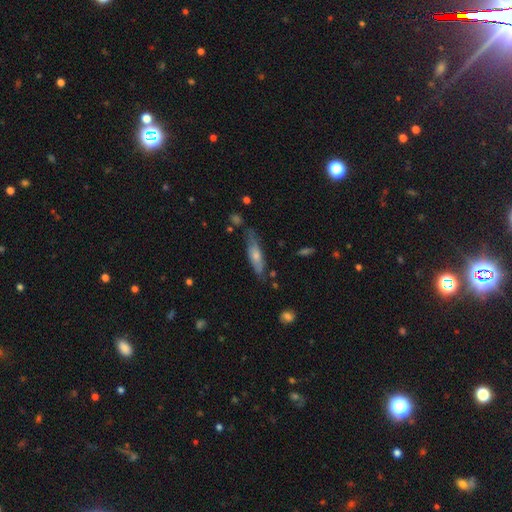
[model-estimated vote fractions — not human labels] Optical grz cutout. It shows a smooth galaxy with no disk features (53%) that is cigar-shaped (64%). Merging: none (59%).